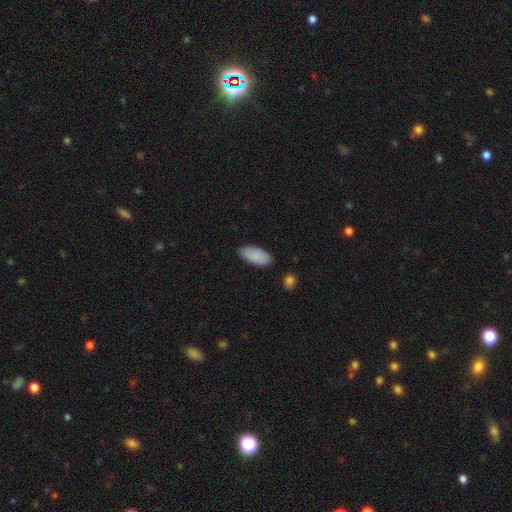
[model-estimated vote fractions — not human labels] This appears to be a smooth galaxy with no disk features (89%) that is in between round and cigar-shaped (93%). Merging: none (85%).